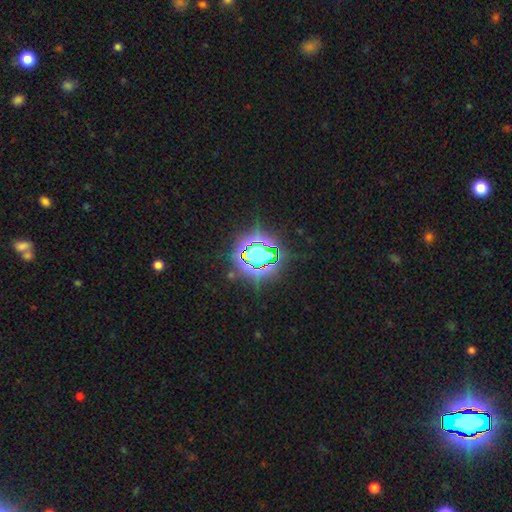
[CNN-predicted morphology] The model was most divided on "smooth or featured": star or artifact: 73%, smooth: 16%, featured or disk: 11%.